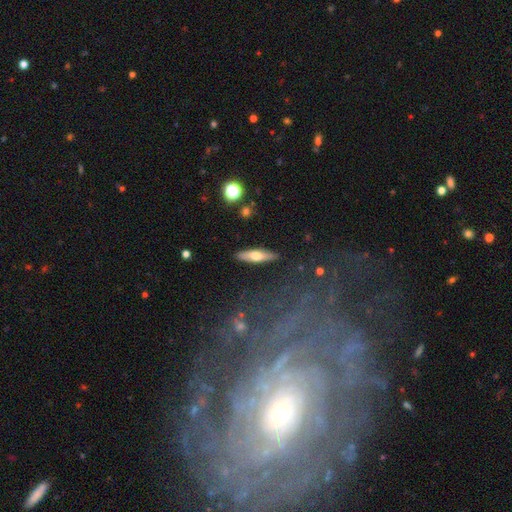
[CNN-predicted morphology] A smooth galaxy with no disk features (56%) that is cigar-shaped (69%).

Vote fractions:
- Smooth or featured? smooth: 56% / featured or disk: 38% / star or artifact: 6%
- How rounded? cigar-shaped: 69% / in between: 29% / round: 2%
- Merging? none: 88% / minor disturbance: 8% / major disturbance: 2% / merger: 2%